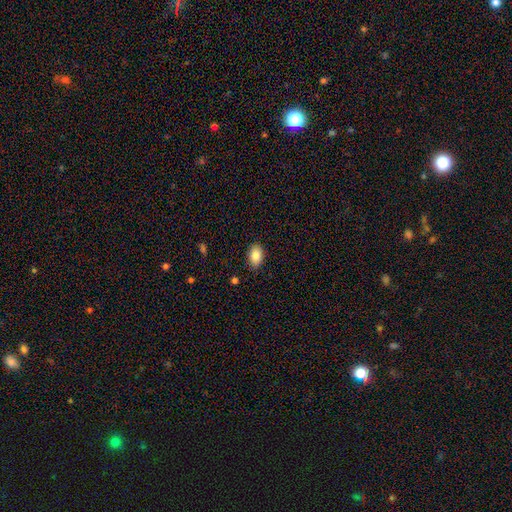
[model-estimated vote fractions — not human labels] smooth-or-featured: smooth: 84% | featured or disk: 8% | star or artifact: 8%
  how-rounded: in between: 86% | round: 13% | cigar-shaped: 1%
  merging: none: 88% | minor disturbance: 9% | major disturbance: 2% | merger: 1%